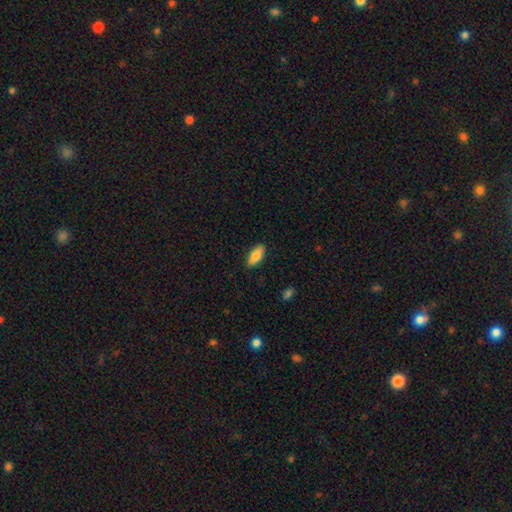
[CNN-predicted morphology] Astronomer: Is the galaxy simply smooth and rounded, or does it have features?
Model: smooth — 79%.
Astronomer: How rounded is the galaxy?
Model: in between — 83%.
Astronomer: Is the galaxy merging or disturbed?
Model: none — 88%.